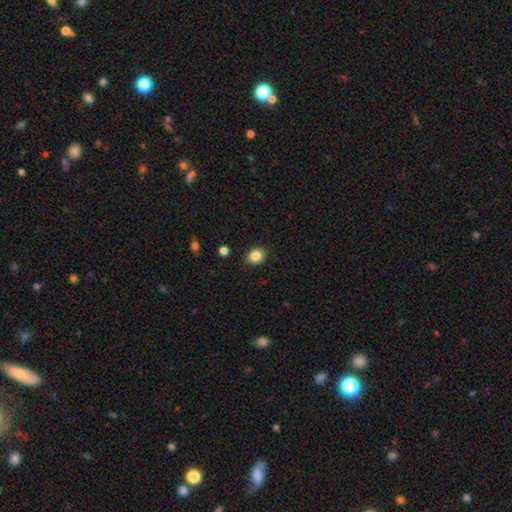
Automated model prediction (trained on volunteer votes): Q: Smooth or featured?
A: smooth (84%); runner-up: star or artifact (10%)
Q: How rounded?
A: round (60%); runner-up: in between (39%)
Q: Merging?
A: none (86%); runner-up: minor disturbance (11%)